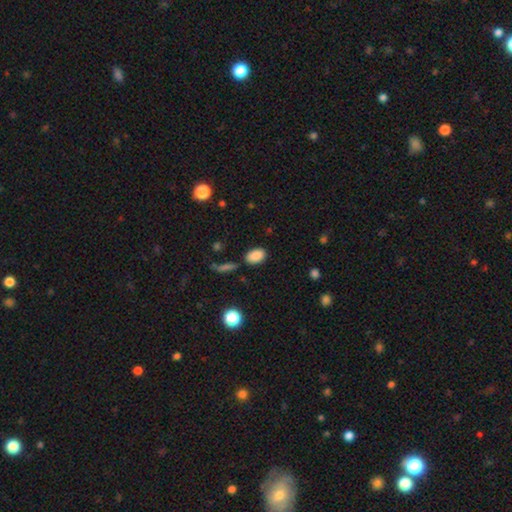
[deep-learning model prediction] Smooth or featured? smooth (87%)
How rounded? in between (88%)
Merging? none (81%)